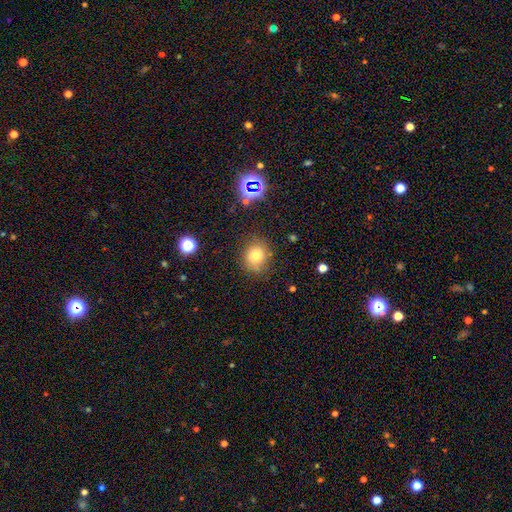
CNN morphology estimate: Q: Smooth or featured?
A: smooth (70%); runner-up: star or artifact (17%)
Q: How rounded?
A: round (77%); runner-up: in between (22%)
Q: Merging?
A: none (79%); runner-up: minor disturbance (14%)